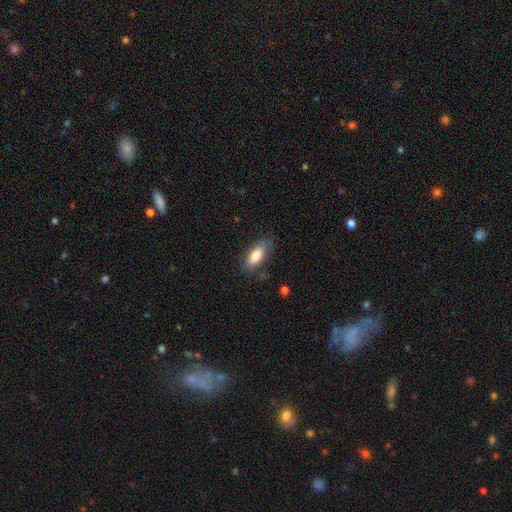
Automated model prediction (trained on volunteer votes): Morphology: type=smooth (81%); roundness=in between (77%); merging=none (75%).